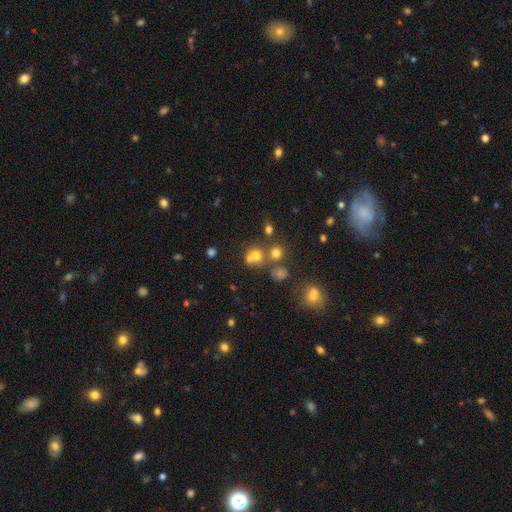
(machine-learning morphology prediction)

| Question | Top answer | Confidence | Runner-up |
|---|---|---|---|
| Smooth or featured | smooth | 66% | star or artifact (20%) |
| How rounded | round | 80% | in between (19%) |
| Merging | none | 50% | merger (35%) |